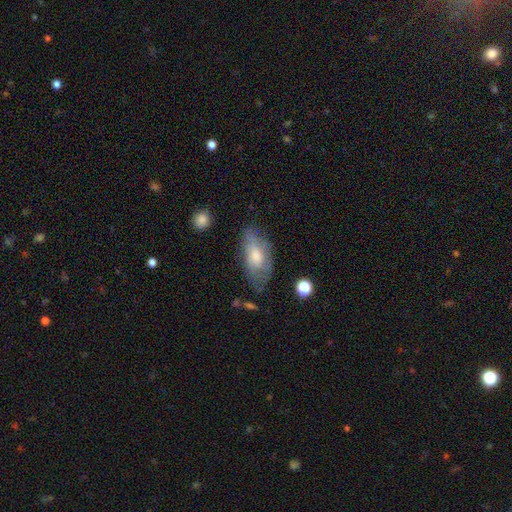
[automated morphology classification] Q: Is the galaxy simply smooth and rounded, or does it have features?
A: smooth — 56%.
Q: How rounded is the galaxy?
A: in between — 89%.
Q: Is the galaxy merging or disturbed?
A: none — 56%.